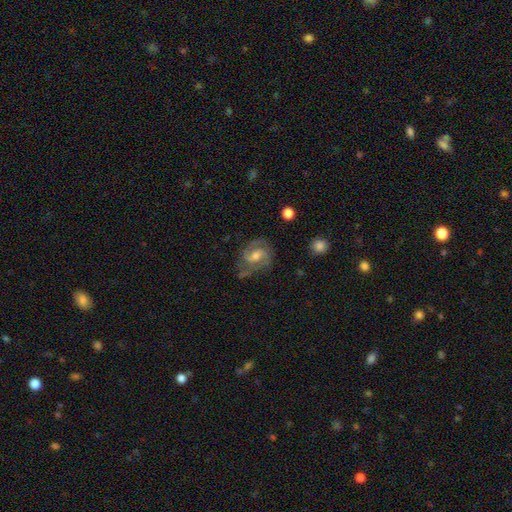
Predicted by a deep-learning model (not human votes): A featured or disk galaxy (76%) with a weak bar (48%), 2 (68%) medium (50%) spiral arms (92%) and a moderate central bulge (62%).

Vote fractions:
- Smooth or featured? featured or disk: 76% / smooth: 17% / star or artifact: 7%
- Edge-on disk? no: 97% / yes: 3%
- Bar? weak: 48% / no: 35% / strong: 17%
- Spiral arms? yes: 92% / no: 8%
- Spiral winding? medium: 50% / tight: 31% / loose: 18%
- Spiral arm count? 2: 68% / can't tell: 12% / 3: 12% / 1: 4% / 4: 2% / more than 4: 2%
- Bulge size? moderate: 62% / small: 29% / large: 6% / none: 2% / dominant: 1%
- Merging? none: 62% / minor disturbance: 23% / major disturbance: 13% / merger: 2%